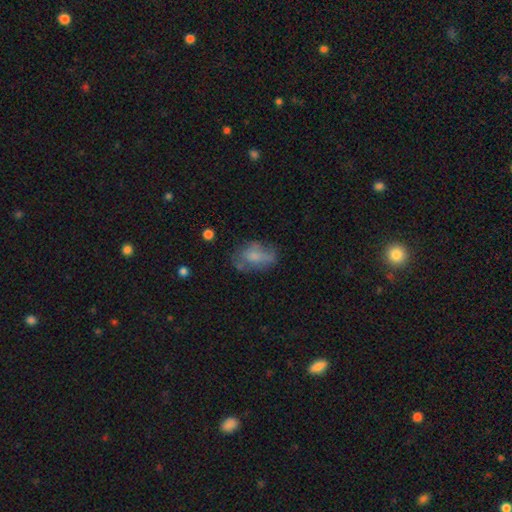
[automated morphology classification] Overall: smooth (60%; featured or disk 30%). How rounded: in between (83%). Merging: none (48%; minor disturbance 29%).